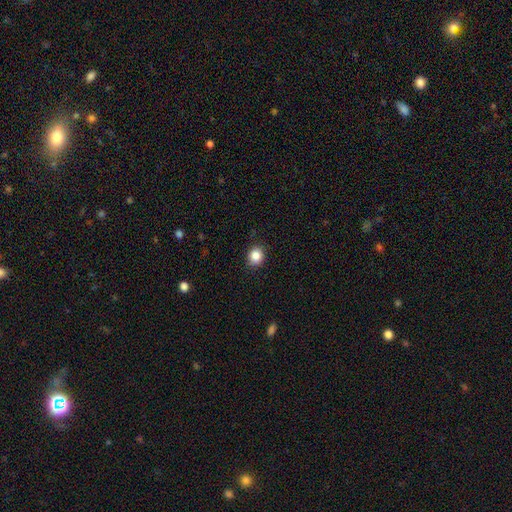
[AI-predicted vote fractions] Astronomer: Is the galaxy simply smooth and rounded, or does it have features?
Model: smooth — 86%.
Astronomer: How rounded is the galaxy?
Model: round — 71%.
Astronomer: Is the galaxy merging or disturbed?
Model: none — 89%.